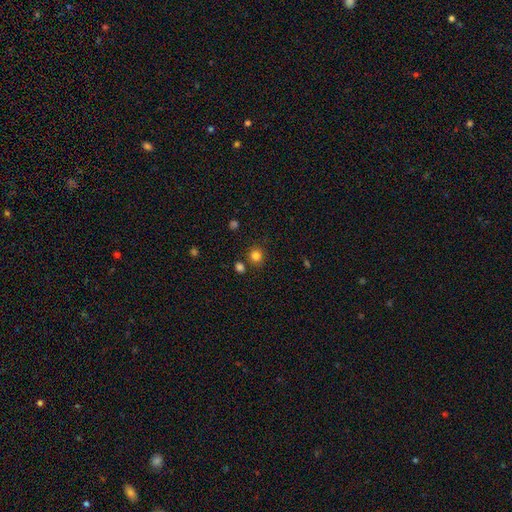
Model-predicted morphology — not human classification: smooth 83%, star or artifact 13%, featured or disk 5%. Down the decision tree: how rounded — round (88%); merging — none (81%).